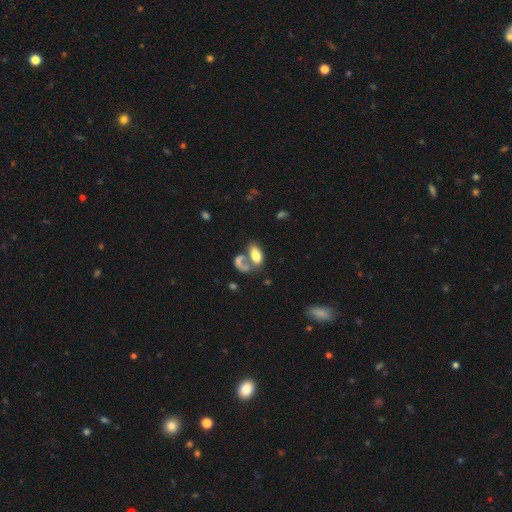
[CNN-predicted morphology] This is likely a smooth galaxy (71%). How rounded: clearly in between (91%). Merging: possibly merger (51%).